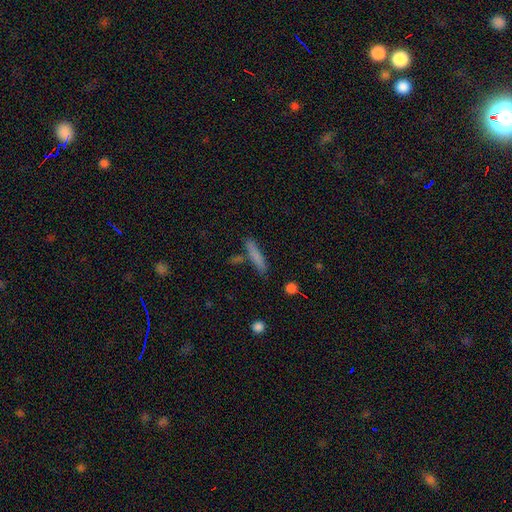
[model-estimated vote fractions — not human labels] A smooth galaxy with no disk features (77%) that is cigar-shaped (88%). Merging: none (75%).